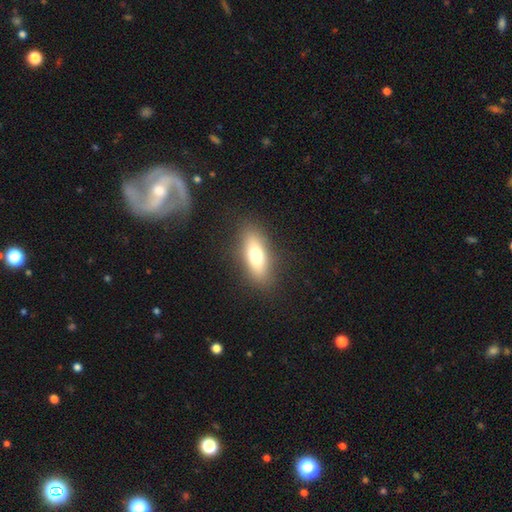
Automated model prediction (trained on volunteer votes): smooth 70%, featured or disk 22%, star or artifact 8%. Down the decision tree: how rounded — in between (66%); merging — none (86%).